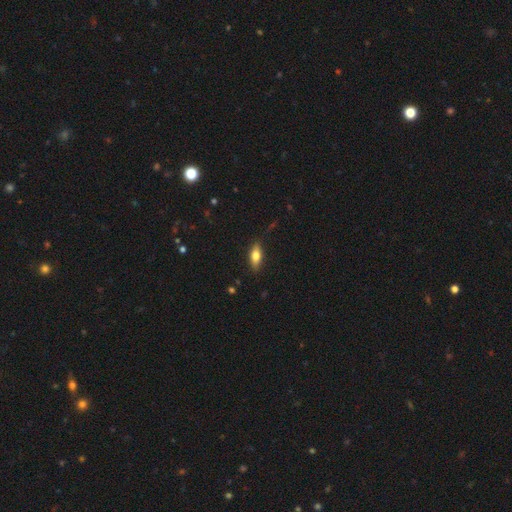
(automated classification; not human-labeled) Smooth or featured? smooth (70%)
How rounded? in between (73%)
Merging? none (83%)